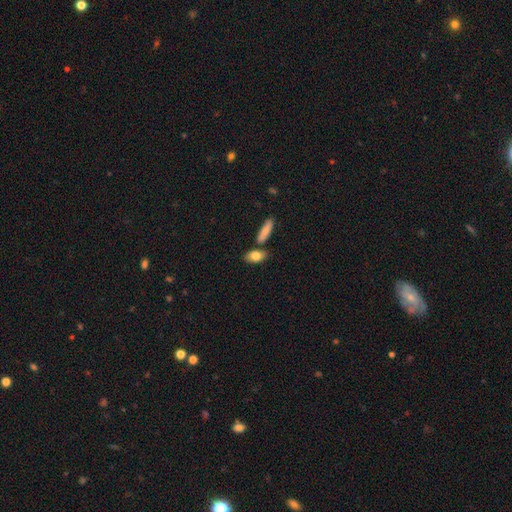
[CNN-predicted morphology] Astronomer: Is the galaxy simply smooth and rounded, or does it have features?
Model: smooth — 81%.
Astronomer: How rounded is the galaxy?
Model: in between — 84%.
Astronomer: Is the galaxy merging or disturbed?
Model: none — 68%.